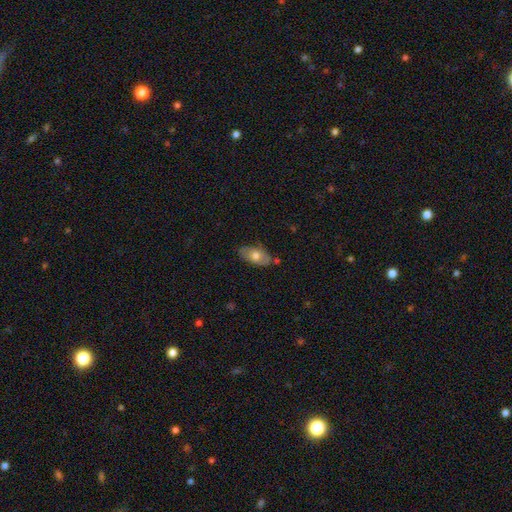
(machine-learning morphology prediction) This is likely a smooth galaxy (62%). How rounded: clearly in between (91%). Merging: likely none (72%).